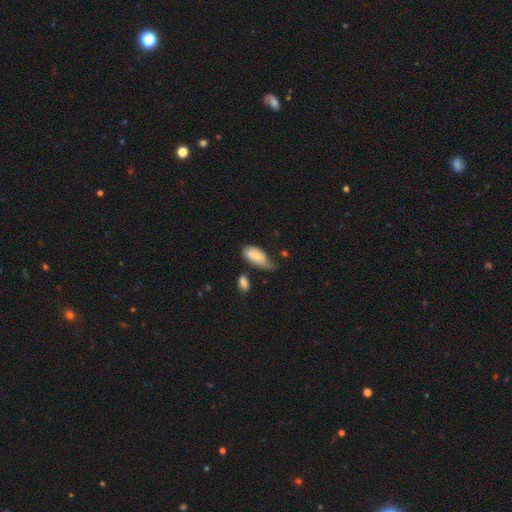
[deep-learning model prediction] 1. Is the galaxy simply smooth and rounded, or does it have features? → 71% smooth, 23% featured or disk, 6% star or artifact.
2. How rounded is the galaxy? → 91% in between, 6% cigar-shaped, 4% round.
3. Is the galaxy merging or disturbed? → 44% minor disturbance, 27% none, 22% major disturbance, 7% merger.